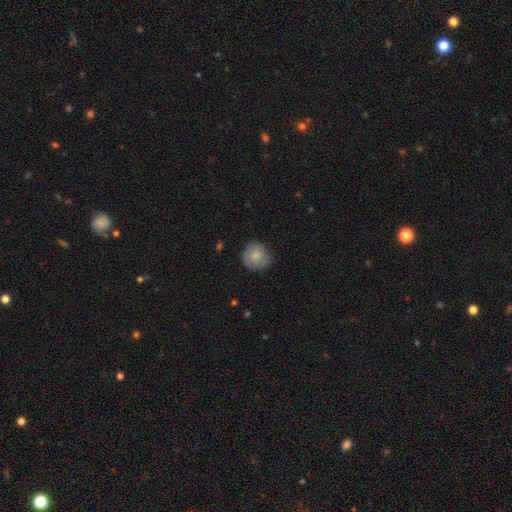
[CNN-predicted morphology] smooth_or_featured: smooth (p=0.78) [alt: featured or disk p=0.15]
how_rounded: round (p=0.90) [alt: in between p=0.09]
merging: none (p=0.79) [alt: minor disturbance p=0.16]